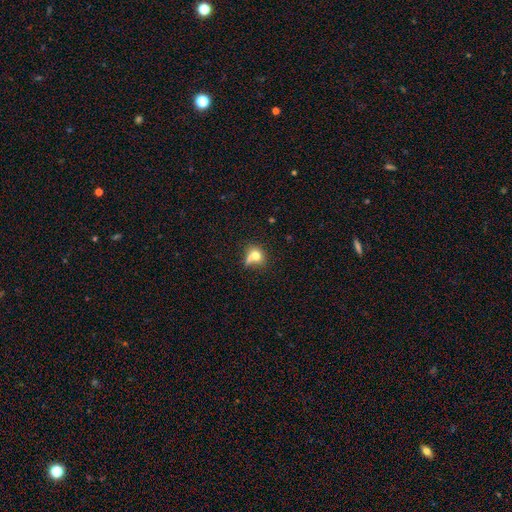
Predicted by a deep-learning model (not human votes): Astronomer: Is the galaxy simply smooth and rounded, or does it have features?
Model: smooth — 70%.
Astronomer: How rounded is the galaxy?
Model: round — 55% (runner-up: in between, 41%).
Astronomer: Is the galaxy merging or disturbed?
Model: none — 36% (runner-up: merger, 22%).